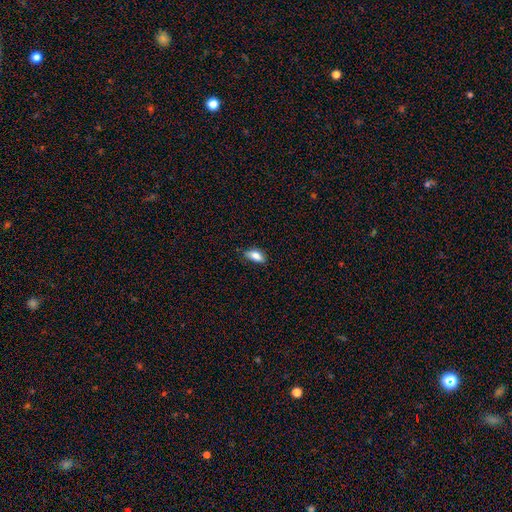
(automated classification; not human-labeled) The model was most divided on "merging": none: 71%, minor disturbance: 23%, major disturbance: 5%, merger: 2%. More confident: how rounded — in between (83%); smooth or featured — smooth (81%).